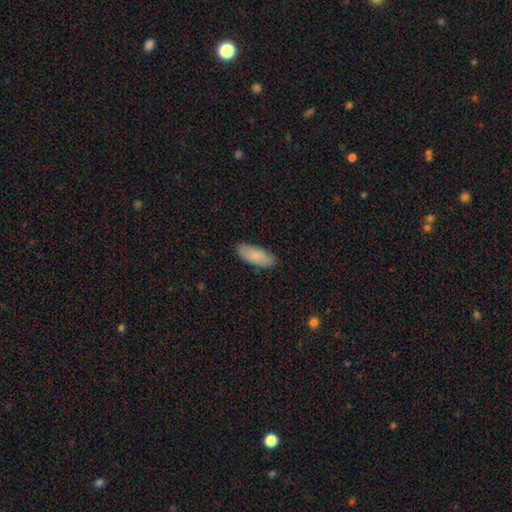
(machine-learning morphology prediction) smooth-or-featured: smooth: 82% | featured or disk: 12% | star or artifact: 6%
  how-rounded: in between: 82% | cigar-shaped: 16% | round: 2%
  merging: none: 85% | minor disturbance: 12% | major disturbance: 2% | merger: 1%